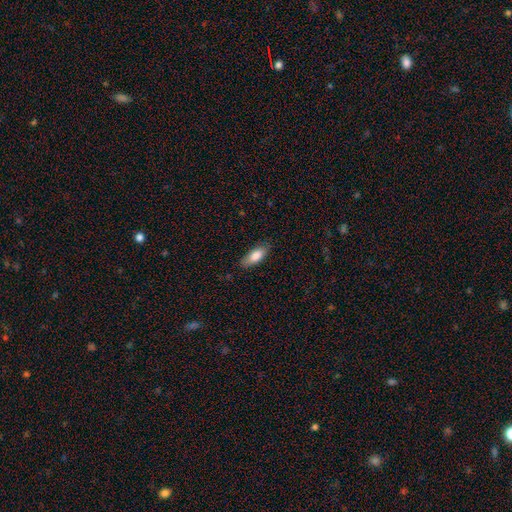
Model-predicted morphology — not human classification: Smooth or featured?
  - smooth: 82% *
  - featured or disk: 12%
  - star or artifact: 6%
How rounded?
  - in between: 73% *
  - cigar-shaped: 25%
  - round: 2%
Merging?
  - none: 83% *
  - minor disturbance: 13%
  - major disturbance: 3%
  - merger: 1%